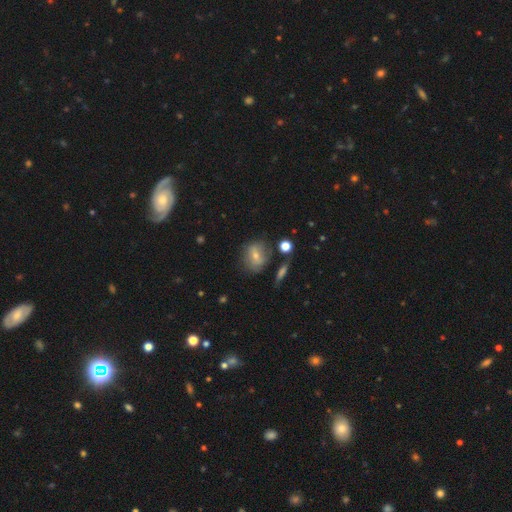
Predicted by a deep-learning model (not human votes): A smooth galaxy with no disk features (54%) that is round (55%). Merging: none (65%).